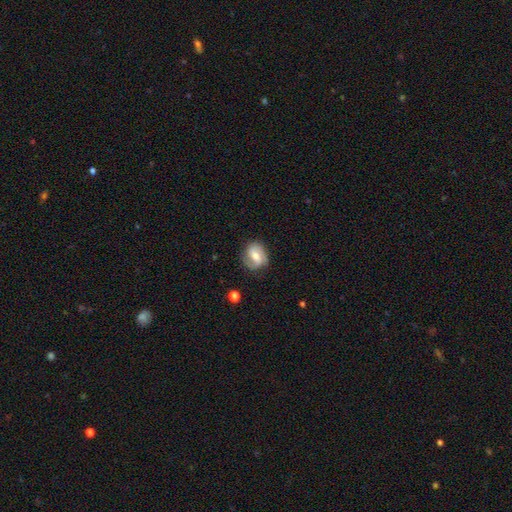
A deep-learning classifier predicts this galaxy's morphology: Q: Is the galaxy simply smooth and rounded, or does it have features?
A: featured or disk — 68%.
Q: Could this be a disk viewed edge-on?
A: no — 97%.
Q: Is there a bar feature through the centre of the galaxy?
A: weak — 48%.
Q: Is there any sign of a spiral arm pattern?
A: yes — 91%.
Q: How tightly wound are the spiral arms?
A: medium — 44%.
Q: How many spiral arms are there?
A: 2 — 78%.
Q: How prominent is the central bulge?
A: moderate — 58%.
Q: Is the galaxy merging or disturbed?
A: none — 73%.